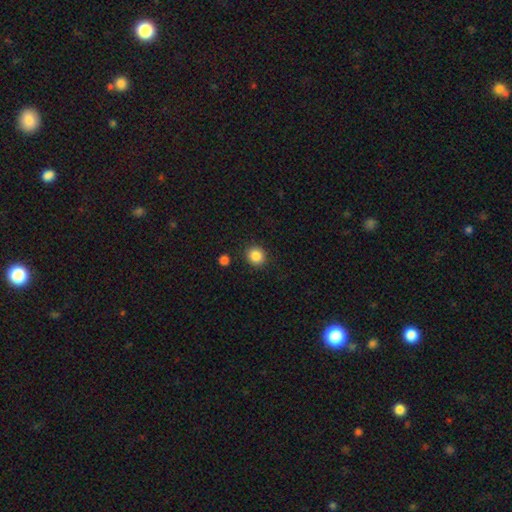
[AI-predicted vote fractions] Smooth or featured? Predicted: smooth (p=0.86). How rounded? Predicted: round (p=0.86). Merging? Predicted: none (p=0.89).